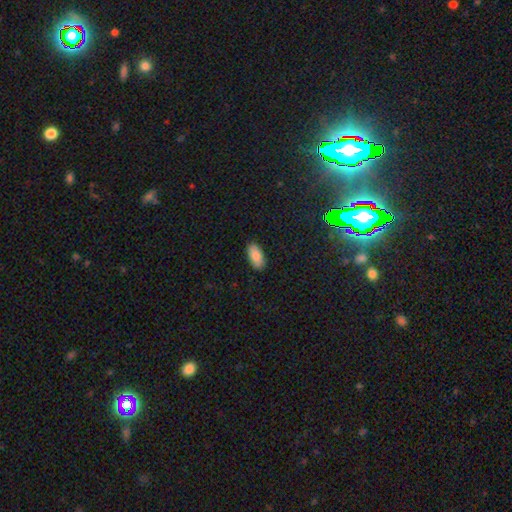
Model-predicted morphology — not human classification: Smooth or featured?
  - smooth: 87% *
  - star or artifact: 7%
  - featured or disk: 6%
How rounded?
  - in between: 93% *
  - cigar-shaped: 5%
  - round: 2%
Merging?
  - none: 89% *
  - minor disturbance: 9%
  - major disturbance: 2%
  - merger: 1%